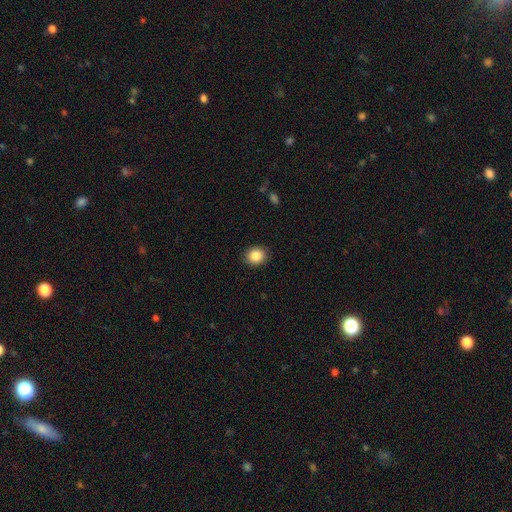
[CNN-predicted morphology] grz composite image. It shows a smooth galaxy with no disk features (87%) that is round (71%). Merging: none (90%).